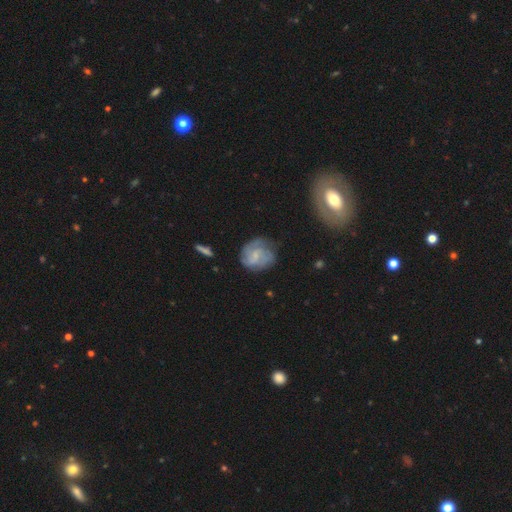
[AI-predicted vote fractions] This appears to be a featured or disk galaxy (60%) with no bar (54%), spiral arms (81%) and a small central bulge (54%). Merging: none (59%).